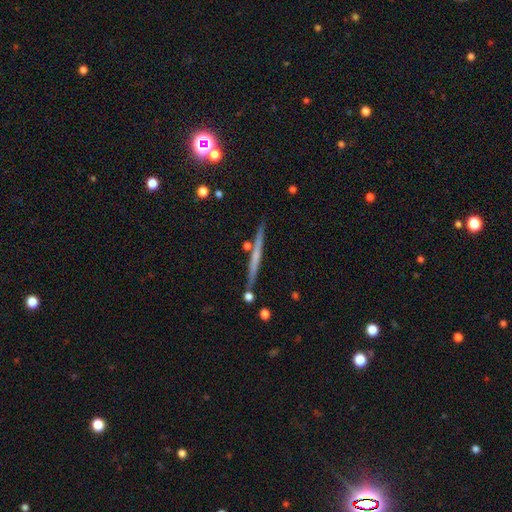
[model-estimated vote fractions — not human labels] This appears to be a featured or disk galaxy (56%) viewed edge-on (97%) with no central bulge (80%). Merging: none (86%).